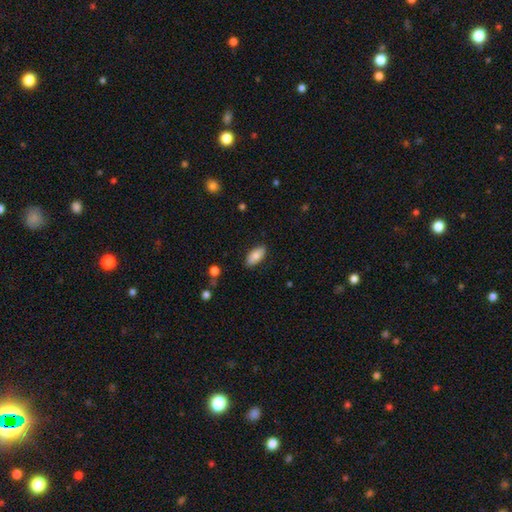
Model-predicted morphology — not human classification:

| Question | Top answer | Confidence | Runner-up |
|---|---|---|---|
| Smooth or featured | smooth | 79% | featured or disk (14%) |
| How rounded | in between | 91% | cigar-shaped (6%) |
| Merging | none | 85% | minor disturbance (12%) |